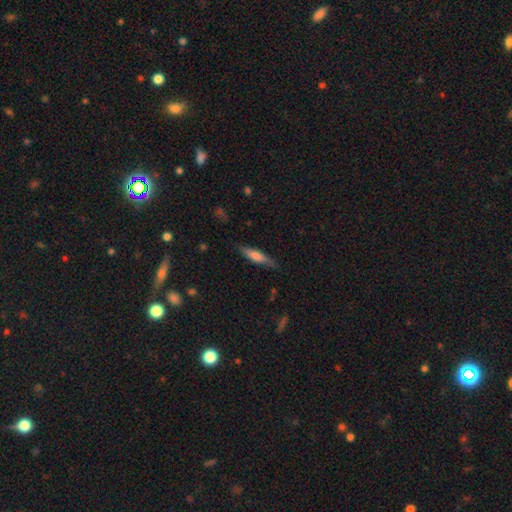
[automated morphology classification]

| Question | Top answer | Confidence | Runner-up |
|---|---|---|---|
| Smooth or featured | smooth | 62% | featured or disk (32%) |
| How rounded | cigar-shaped | 77% | in between (22%) |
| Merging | none | 77% | minor disturbance (18%) |